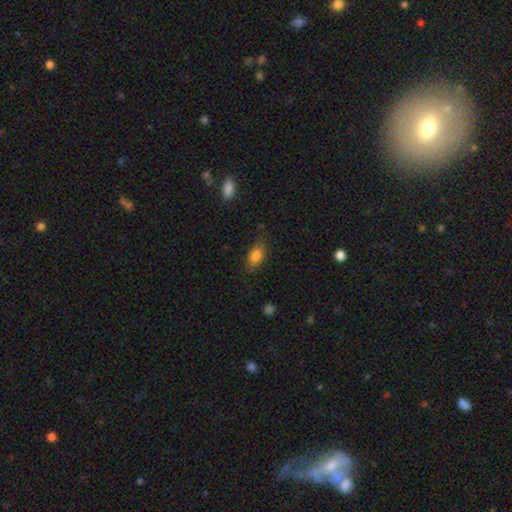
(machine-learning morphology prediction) type=smooth (84%); roundness=in between (86%); merging=none (74%).